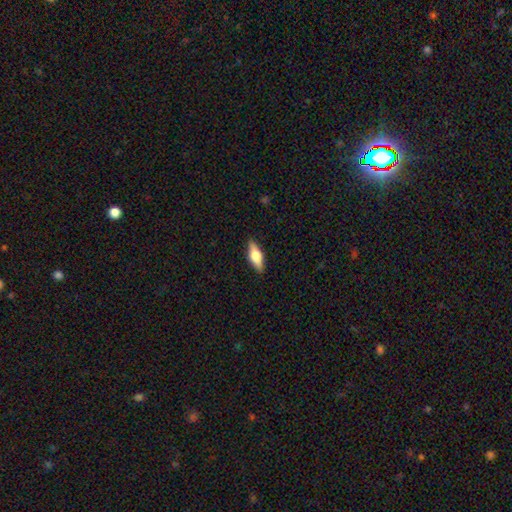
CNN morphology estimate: Q: Smooth or featured?
A: smooth (48%); runner-up: featured or disk (46%)
Q: Merging?
A: none (89%); runner-up: minor disturbance (8%)